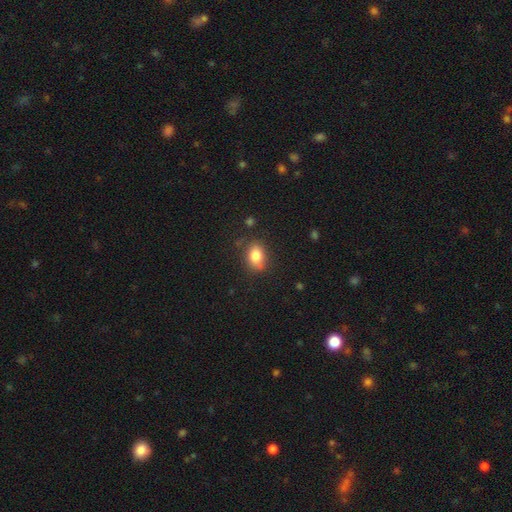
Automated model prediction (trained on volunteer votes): A smooth galaxy with no disk features (82%) that is in between round and cigar-shaped (76%).

Vote fractions:
- Smooth or featured? smooth: 82% / featured or disk: 9% / star or artifact: 9%
- How rounded? in between: 76% / round: 22% / cigar-shaped: 2%
- Merging? none: 74% / minor disturbance: 18% / major disturbance: 5% / merger: 3%